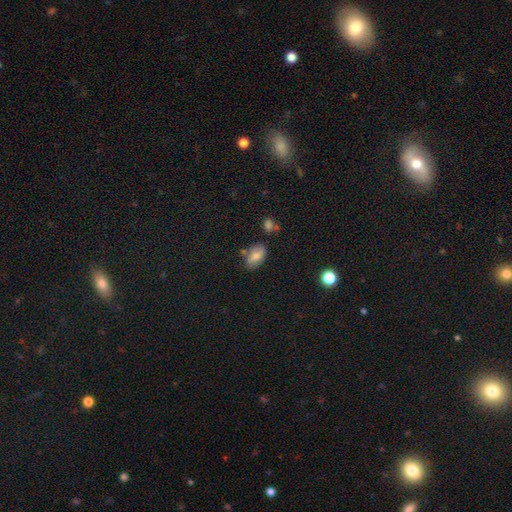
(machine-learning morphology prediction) This is likely a smooth galaxy (78%). How rounded: clearly in between (91%). Merging: likely none (69%).